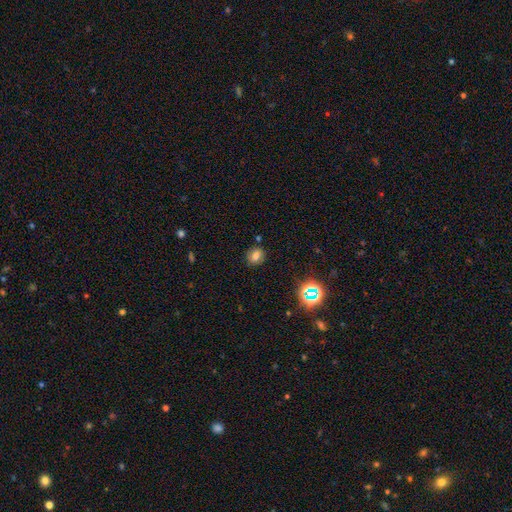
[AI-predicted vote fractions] Smooth or featured: smooth — 73% (star or artifact — 17%)
How rounded: round — 64% (in between — 35%)
Merging: none — 84% (minor disturbance — 10%)